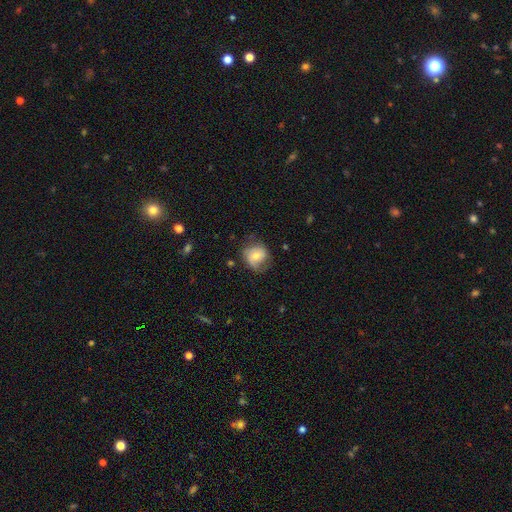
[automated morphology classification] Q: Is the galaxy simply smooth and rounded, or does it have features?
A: smooth — 59%.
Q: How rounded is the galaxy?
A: round — 71%.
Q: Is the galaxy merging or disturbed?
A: none — 59%.